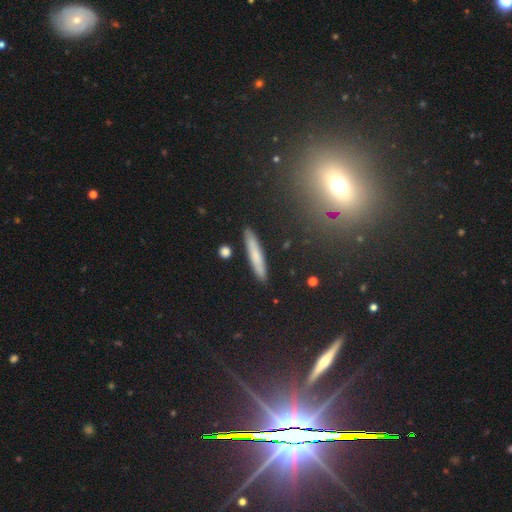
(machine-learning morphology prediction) A smooth galaxy with no disk features (68%) that is cigar-shaped (92%). Merging: none (89%).